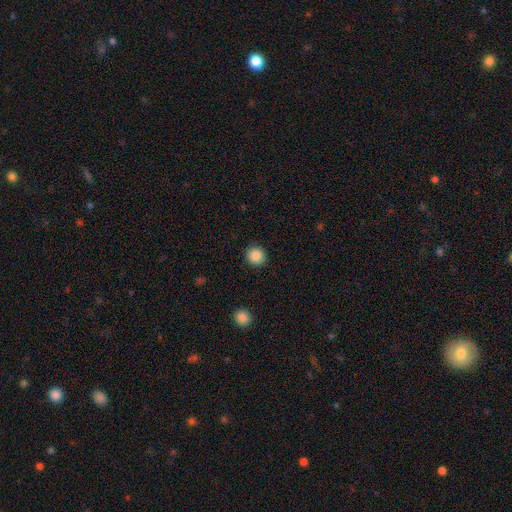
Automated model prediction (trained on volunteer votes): This appears to be a smooth galaxy with no disk features (87%) that is round (91%). Merging: none (91%).